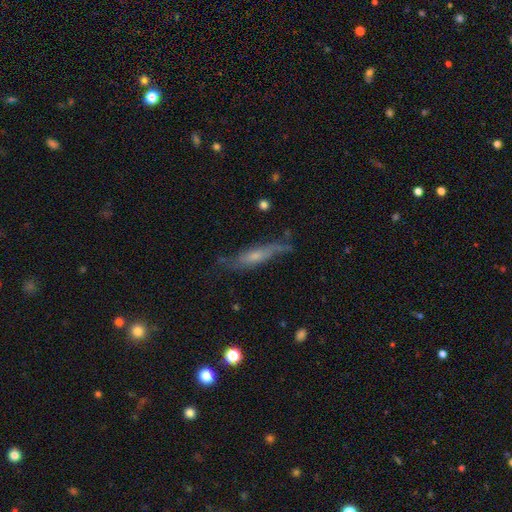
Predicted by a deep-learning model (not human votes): This appears to be a featured or disk galaxy (56%) viewed edge-on (59%). Merging: none (59%).